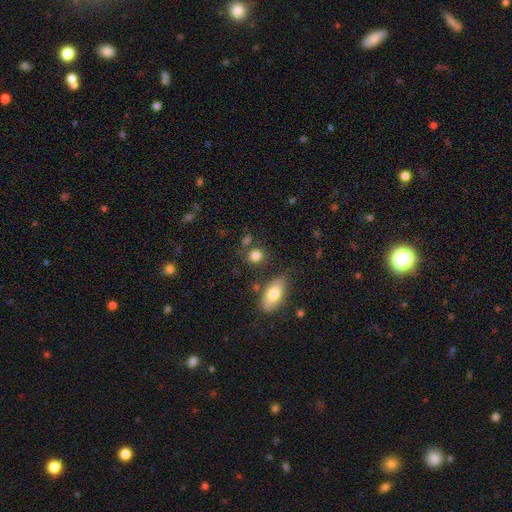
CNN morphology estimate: smooth-or-featured: smooth: 83% | star or artifact: 10% | featured or disk: 7%
  how-rounded: round: 75% | in between: 23% | cigar-shaped: 2%
  merging: none: 77% | minor disturbance: 11% | merger: 9% | major disturbance: 4%